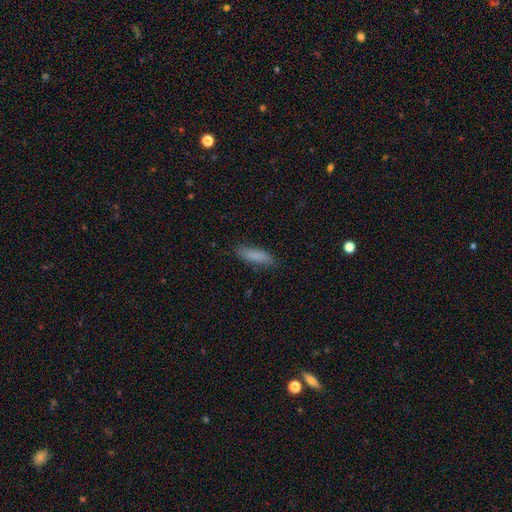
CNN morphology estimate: Smooth or featured? Predicted: smooth (p=0.85). How rounded? Predicted: cigar-shaped (p=0.56). Merging? Predicted: none (p=0.82).